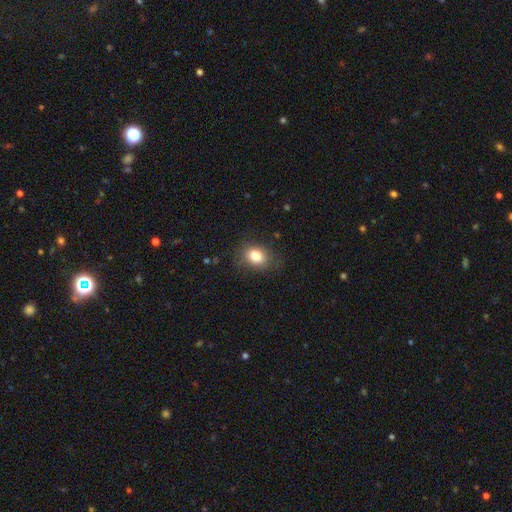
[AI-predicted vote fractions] Smooth or featured? Predicted: smooth (p=0.82). How rounded? Predicted: in between (p=0.55). Merging? Predicted: none (p=0.81).